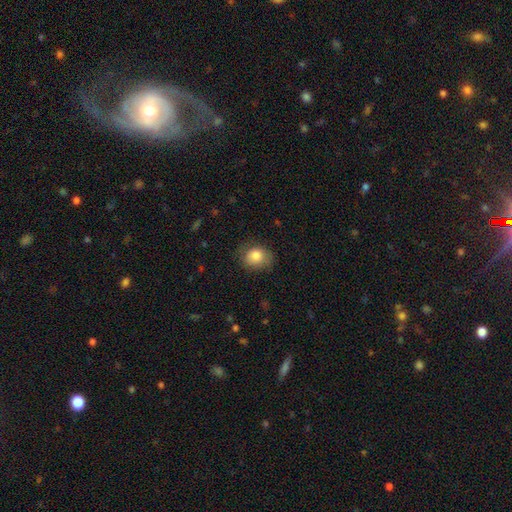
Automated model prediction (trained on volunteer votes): The model was most divided on "how rounded": round: 58%, in between: 41%, cigar-shaped: 1%. More confident: smooth or featured — smooth (82%); merging — none (70%).